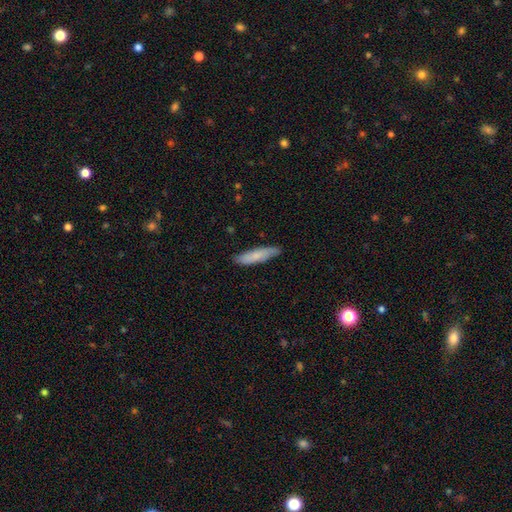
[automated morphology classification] Smooth or featured?
  - smooth: 74% *
  - featured or disk: 20%
  - star or artifact: 6%
How rounded?
  - cigar-shaped: 80% *
  - in between: 19%
  - round: 1%
Merging?
  - none: 83% *
  - minor disturbance: 14%
  - major disturbance: 2%
  - merger: 1%